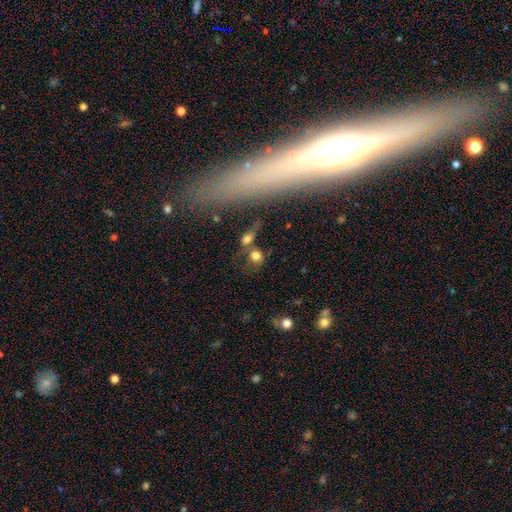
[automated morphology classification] Smooth or featured?
  - smooth: 74% *
  - star or artifact: 14%
  - featured or disk: 12%
How rounded?
  - round: 79% *
  - in between: 18%
  - cigar-shaped: 3%
Merging?
  - none: 46% *
  - merger: 33%
  - minor disturbance: 12%
  - major disturbance: 9%